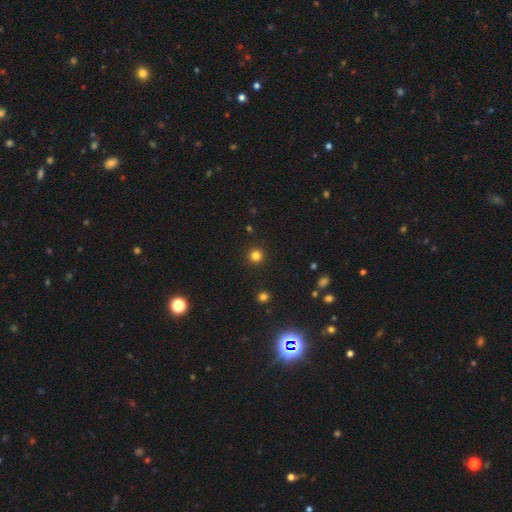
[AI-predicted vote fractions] This appears to be a smooth galaxy with no disk features (81%) that is round (95%). Merging: none (92%).